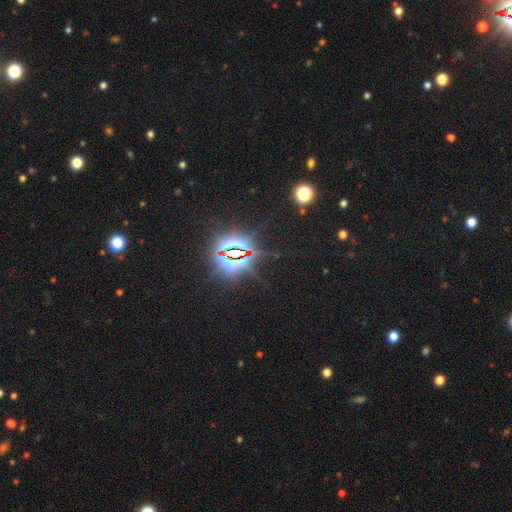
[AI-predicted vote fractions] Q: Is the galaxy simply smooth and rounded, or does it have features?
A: star or artifact — 85%.